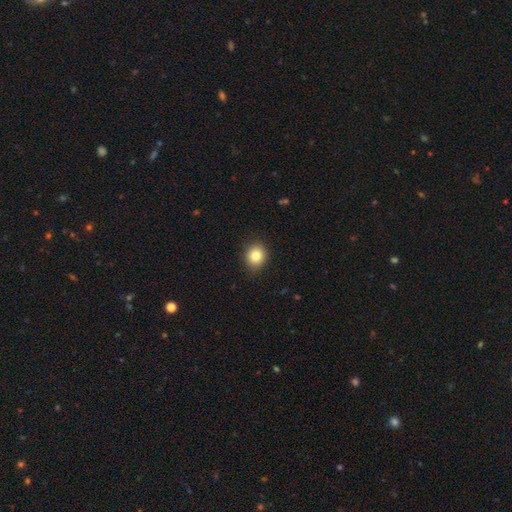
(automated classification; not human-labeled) Morphology: type=smooth (83%); roundness=round (77%); merging=none (89%).